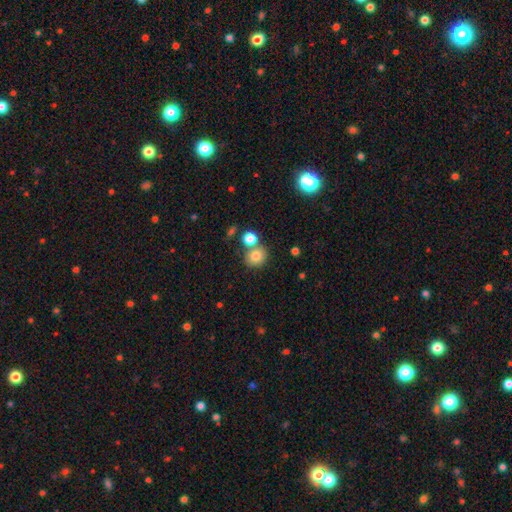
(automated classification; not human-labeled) The model was most divided on "merging": none: 60%, merger: 27%, minor disturbance: 10%, major disturbance: 4%. More confident: how rounded — round (81%); smooth or featured — smooth (80%).